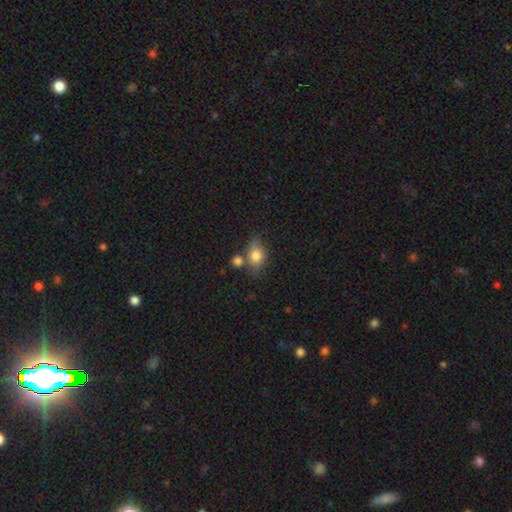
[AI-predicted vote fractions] smooth 79%, featured or disk 12%, star or artifact 9%. Down the decision tree: how rounded — in between (69%); merging — none (58%).